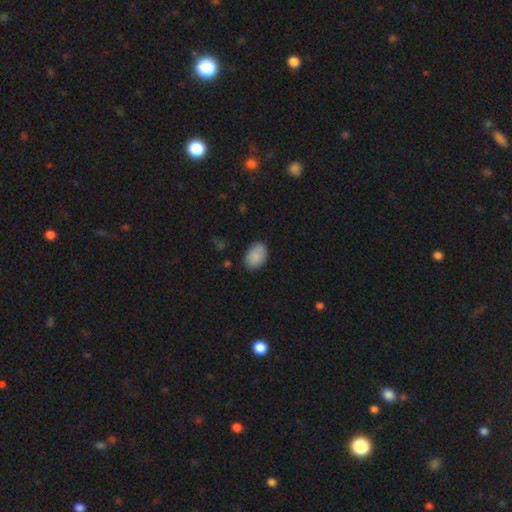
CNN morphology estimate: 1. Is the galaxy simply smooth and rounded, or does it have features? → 88% smooth, 7% star or artifact, 5% featured or disk.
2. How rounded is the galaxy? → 88% in between, 11% round, 1% cigar-shaped.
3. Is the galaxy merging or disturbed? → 83% none, 13% minor disturbance, 3% major disturbance, 1% merger.